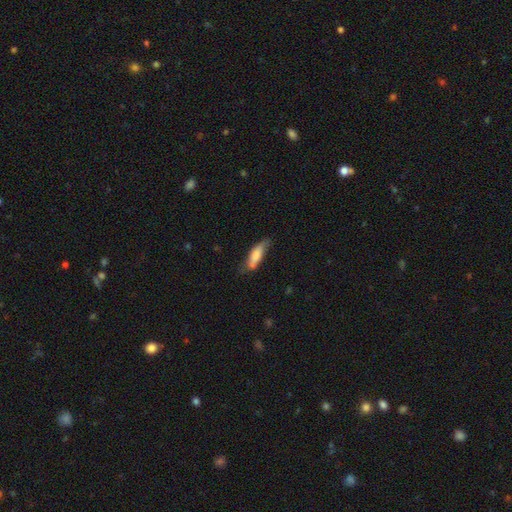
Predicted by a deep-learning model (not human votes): smooth-or-featured: smooth: 74% | featured or disk: 20% | star or artifact: 6%
  how-rounded: cigar-shaped: 54% | in between: 44% | round: 2%
  merging: none: 54% | minor disturbance: 33% | major disturbance: 9% | merger: 4%